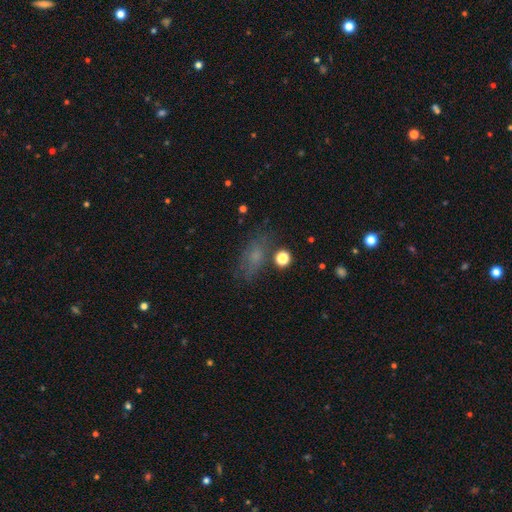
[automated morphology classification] This is likely a smooth galaxy (62%). How rounded: likely in between (78%). Merging: likely none (68%).